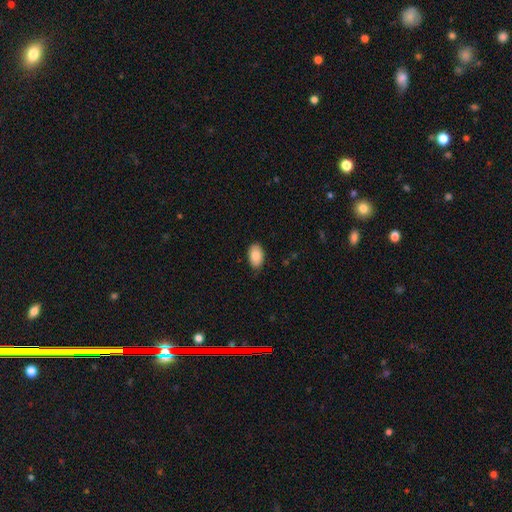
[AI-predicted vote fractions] smooth 88%, star or artifact 6%, featured or disk 6%. Down the decision tree: how rounded — in between (93%); merging — none (81%).